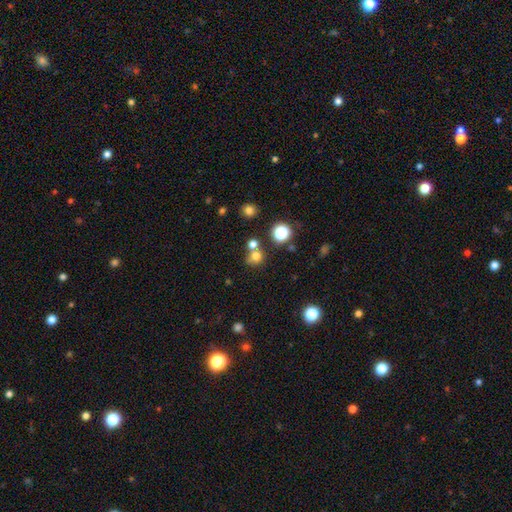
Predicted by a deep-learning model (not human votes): smooth_or_featured: smooth (p=0.72) [alt: star or artifact p=0.19]
how_rounded: round (p=0.83) [alt: in between p=0.16]
merging: none (p=0.56) [alt: merger p=0.31]